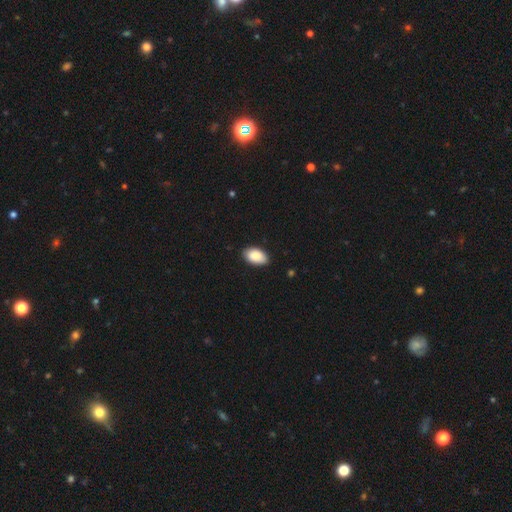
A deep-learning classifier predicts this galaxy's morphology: This is clearly a smooth galaxy (88%). How rounded: clearly in between (95%). Merging: clearly none (88%).